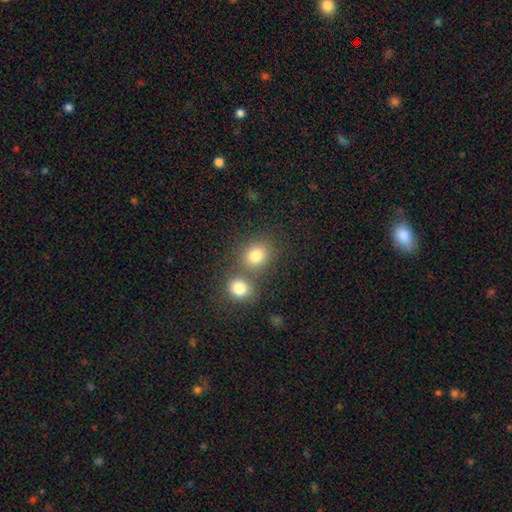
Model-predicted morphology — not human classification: Smooth or featured? smooth (79%)
How rounded? round (73%)
Merging? none (53%)